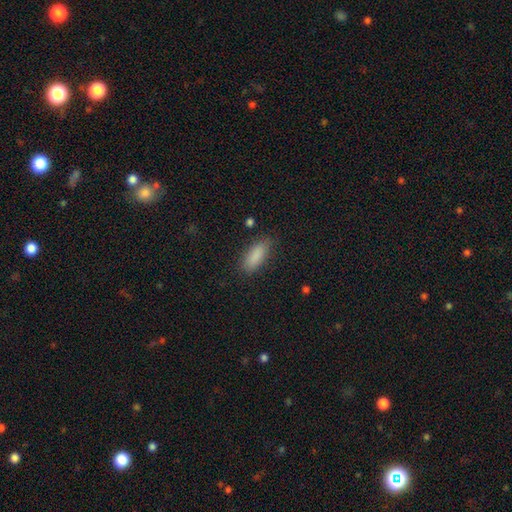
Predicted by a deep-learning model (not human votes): This is clearly a smooth galaxy (87%). How rounded: likely in between (69%). Merging: clearly none (83%).